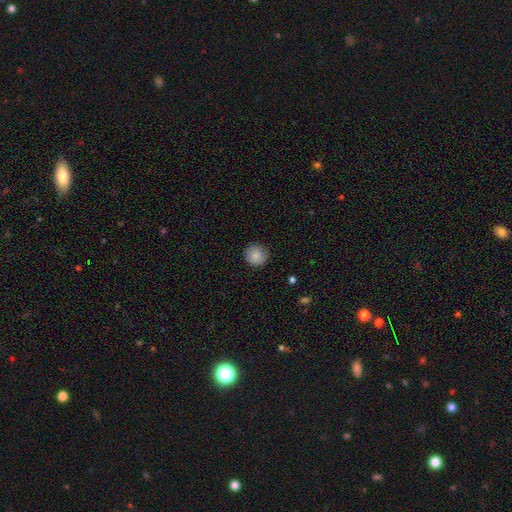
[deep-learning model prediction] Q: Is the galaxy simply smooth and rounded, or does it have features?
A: smooth — 85%.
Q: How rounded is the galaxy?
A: round — 93%.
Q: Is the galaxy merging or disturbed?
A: none — 89%.